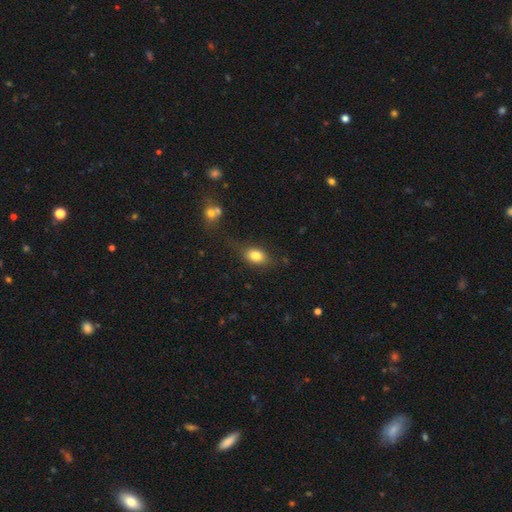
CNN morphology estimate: Q: Smooth or featured?
A: smooth (81%); runner-up: featured or disk (10%)
Q: How rounded?
A: in between (79%); runner-up: round (19%)
Q: Merging?
A: none (69%); runner-up: minor disturbance (20%)